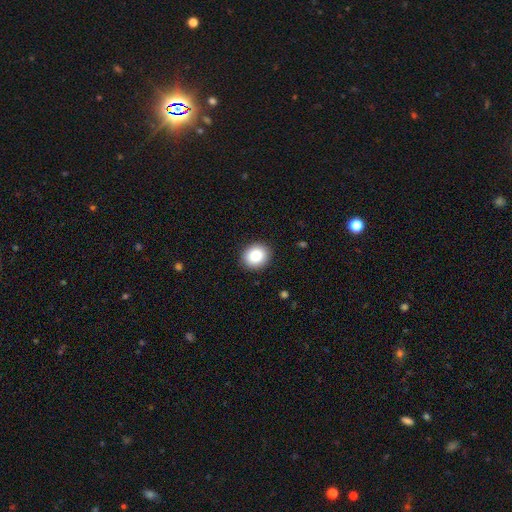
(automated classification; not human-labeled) Q: Smooth or featured?
A: smooth (84%); runner-up: star or artifact (9%)
Q: How rounded?
A: round (77%); runner-up: in between (22%)
Q: Merging?
A: none (91%); runner-up: minor disturbance (6%)